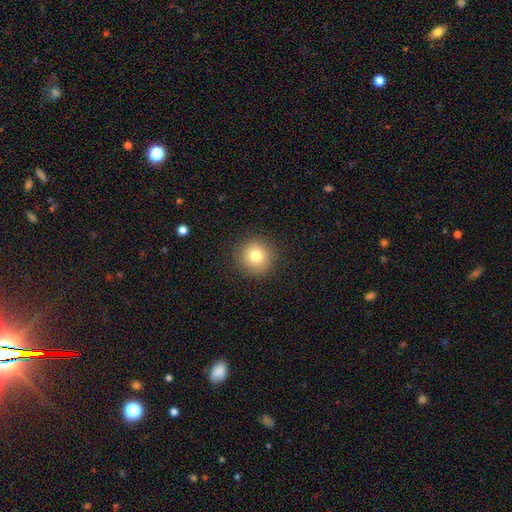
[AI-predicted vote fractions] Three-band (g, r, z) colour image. It shows a smooth galaxy with no disk features (78%) that is round (93%). Merging: none (90%).